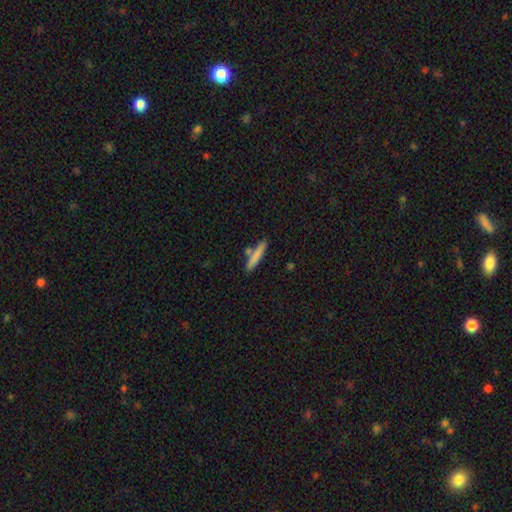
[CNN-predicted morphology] This is likely a smooth galaxy (77%). How rounded: clearly cigar-shaped (91%). Merging: likely none (75%).